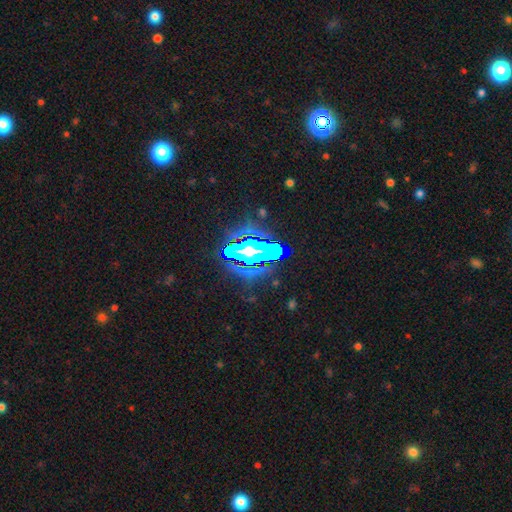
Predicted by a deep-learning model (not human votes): Smooth or featured? Predicted: star or artifact (p=0.53).